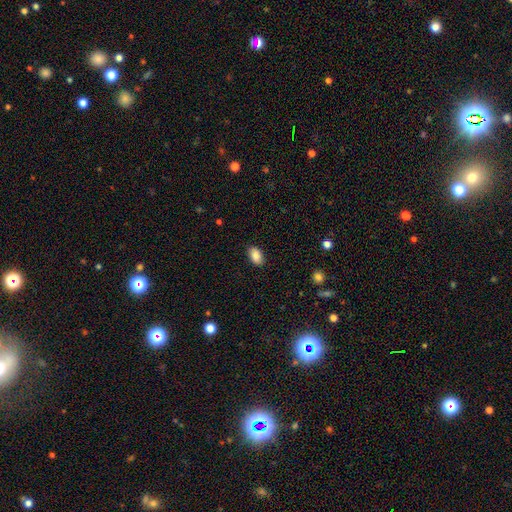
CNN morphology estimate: Smooth or featured? Predicted: smooth (p=0.87). How rounded? Predicted: in between (p=0.92). Merging? Predicted: none (p=0.87).